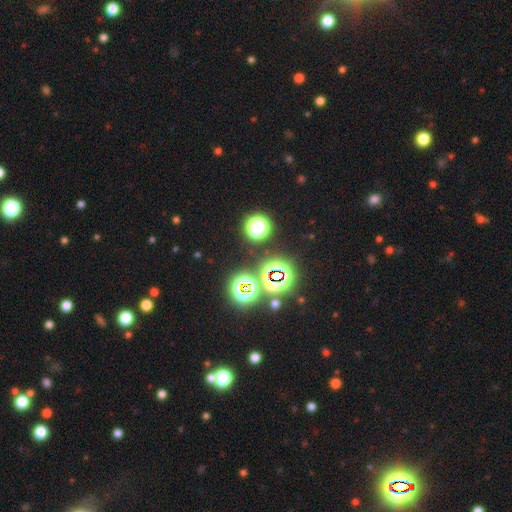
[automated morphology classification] This is likely a star or artifact rather than a galaxy (80%).